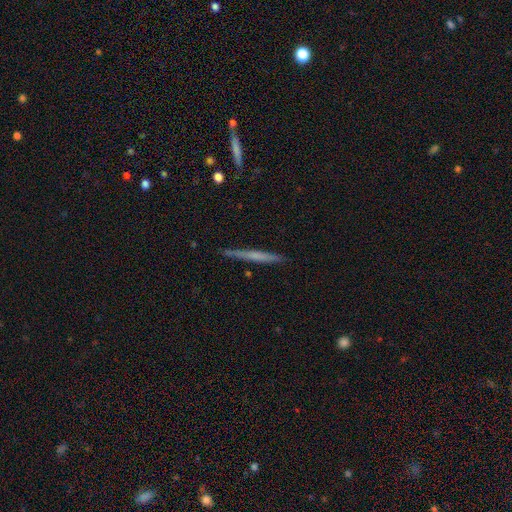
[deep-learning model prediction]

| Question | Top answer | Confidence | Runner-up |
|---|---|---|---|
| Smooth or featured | featured or disk | 47% | tied: smooth (47%) |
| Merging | none | 87% | minor disturbance (9%) |